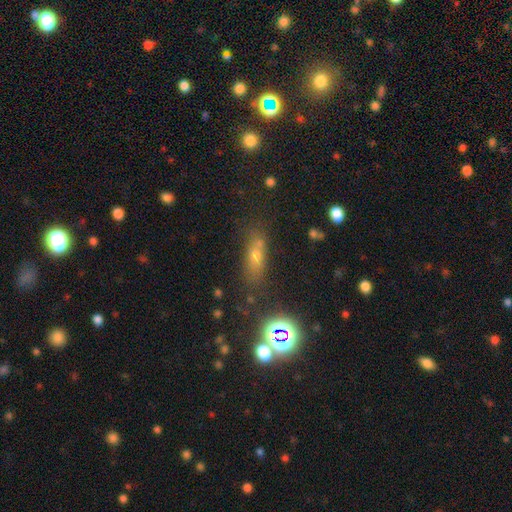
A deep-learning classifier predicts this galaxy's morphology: smooth-or-featured: smooth: 53% | star or artifact: 27% | featured or disk: 20%
  how-rounded: in between: 44% | cigar-shaped: 42% | round: 13%
  merging: none: 63% | minor disturbance: 16% | merger: 13% | major disturbance: 7%